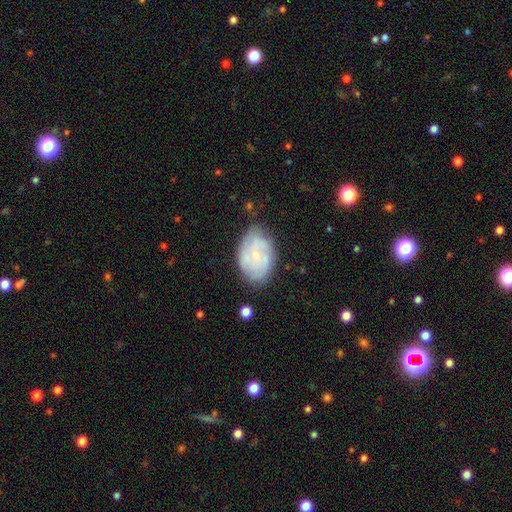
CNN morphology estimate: This appears to be a featured or disk galaxy (62%) with no bar (71%), spiral arms (83%) and a small central bulge (76%). Merging: none (70%).